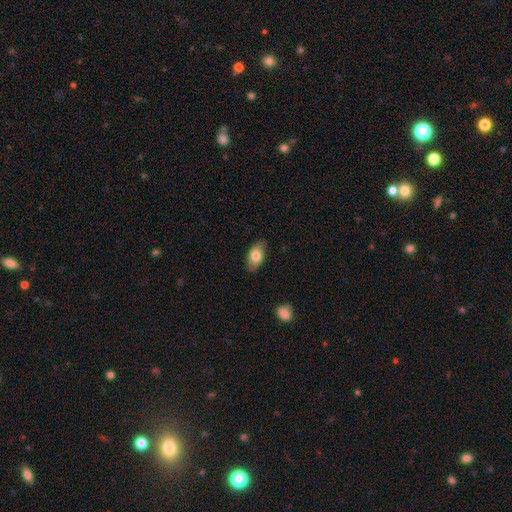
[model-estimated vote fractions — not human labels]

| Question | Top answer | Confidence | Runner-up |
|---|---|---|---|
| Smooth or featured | smooth | 79% | featured or disk (14%) |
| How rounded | in between | 92% | round (5%) |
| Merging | none | 84% | minor disturbance (13%) |